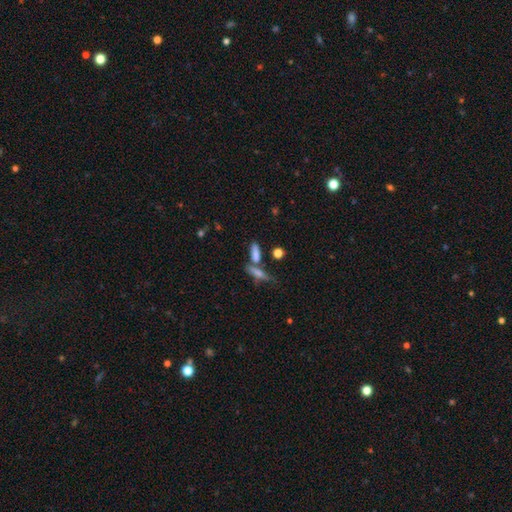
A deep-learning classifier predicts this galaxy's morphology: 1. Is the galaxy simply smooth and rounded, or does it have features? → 73% smooth, 17% featured or disk, 10% star or artifact.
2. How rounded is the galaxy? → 49% cigar-shaped, 45% in between, 6% round.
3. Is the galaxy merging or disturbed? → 51% none, 31% merger, 12% minor disturbance, 5% major disturbance.